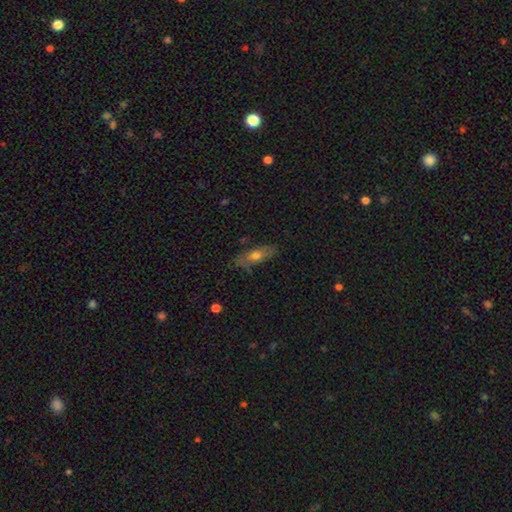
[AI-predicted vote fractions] A smooth galaxy with no disk features (59%) that is in between round and cigar-shaped (66%). Merging: none (73%).